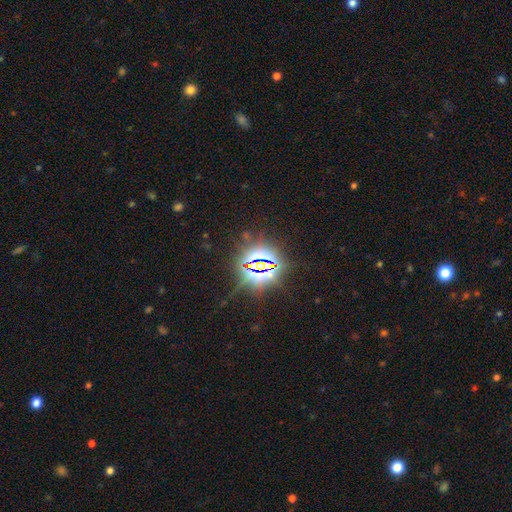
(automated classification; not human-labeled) smooth_or_featured: star or artifact (p=0.81) [alt: smooth p=0.11]